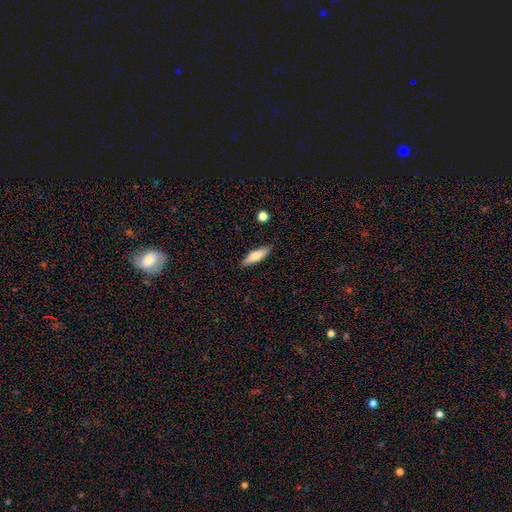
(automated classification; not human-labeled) This appears to be a smooth galaxy with no disk features (73%) that is cigar-shaped (59%). Merging: none (85%).